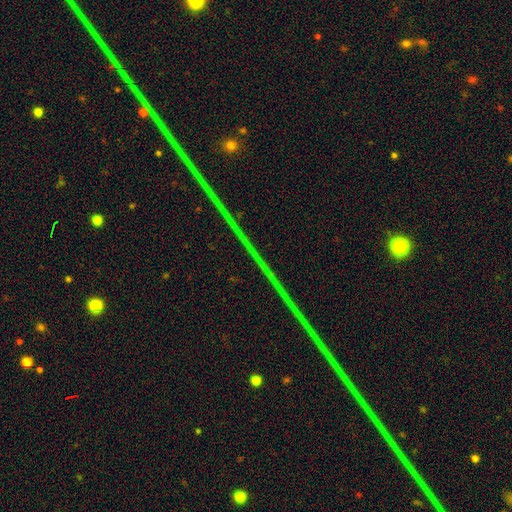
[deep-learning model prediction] The model was most divided on "smooth or featured": star or artifact: 82%, featured or disk: 12%, smooth: 6%.